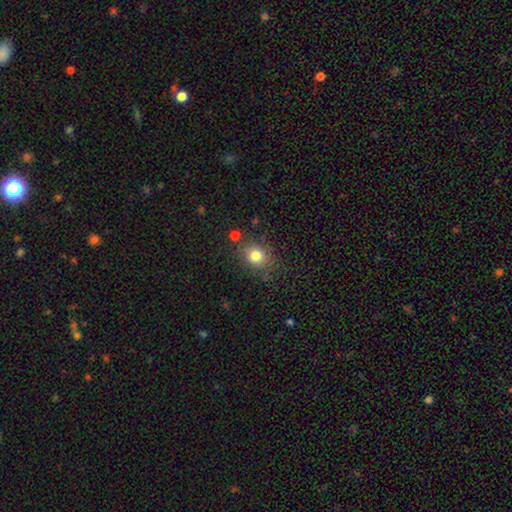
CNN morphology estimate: This appears to be a smooth galaxy with no disk features (80%) that is round (63%). Merging: none (77%).